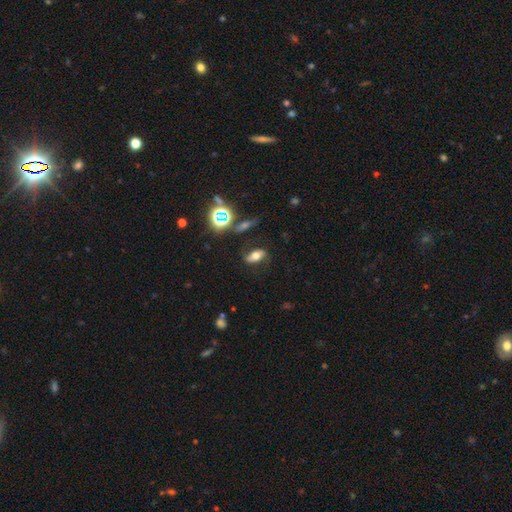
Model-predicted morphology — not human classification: Smooth or featured? Predicted: smooth (p=0.42). Merging? Predicted: none (p=0.75).